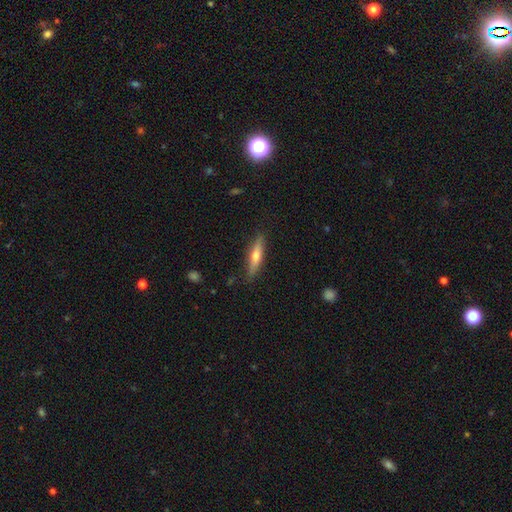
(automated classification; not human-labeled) smooth-or-featured: featured or disk: 48% | smooth: 46% | star or artifact: 7%
  merging: none: 86% | minor disturbance: 11% | major disturbance: 2% | merger: 1%